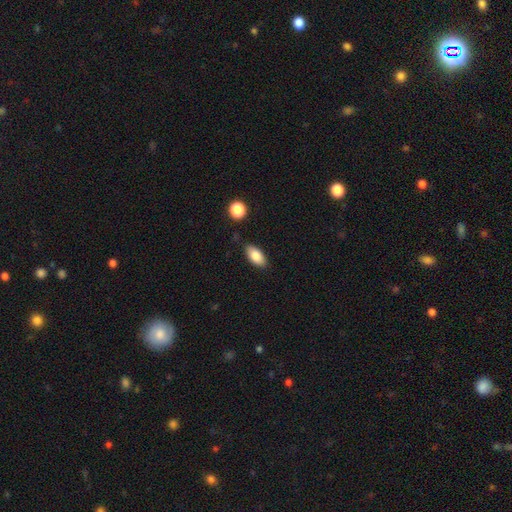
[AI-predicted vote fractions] Smooth or featured? smooth (83%)
How rounded? in between (90%)
Merging? none (83%)